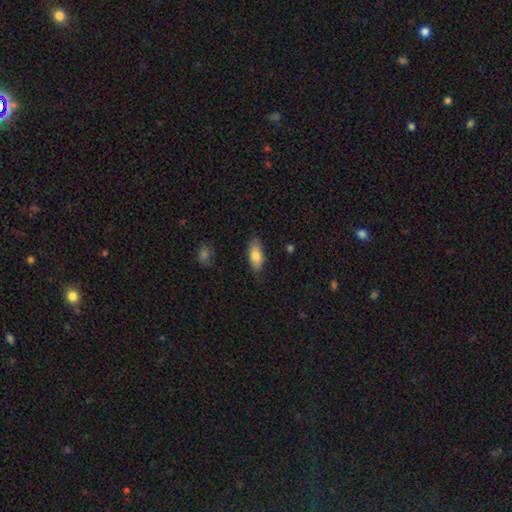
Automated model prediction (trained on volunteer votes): The model was most divided on "merging": none: 81%, minor disturbance: 15%, major disturbance: 3%, merger: 1%. More confident: how rounded — in between (82%); smooth or featured — smooth (80%).